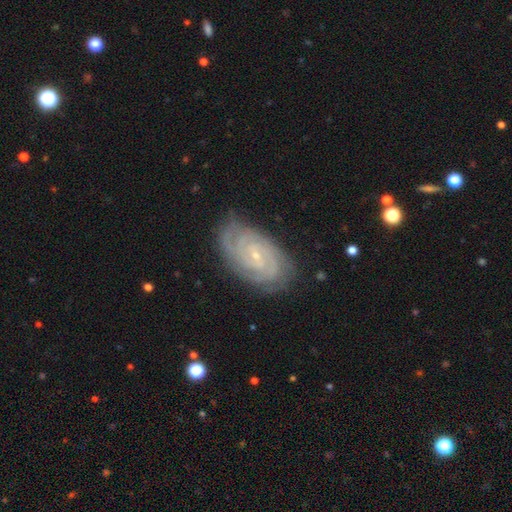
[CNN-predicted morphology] This appears to be a featured or disk galaxy (88%) with no bar (49%), 2 (37%) tight (78%) spiral arms (98%) and a small central bulge (84%). Merging: none (80%).